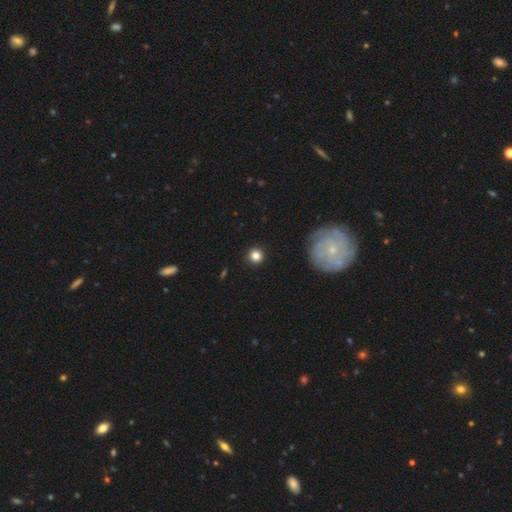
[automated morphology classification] smooth-or-featured: smooth: 82% | star or artifact: 11% | featured or disk: 7%
  how-rounded: round: 94% | in between: 5% | cigar-shaped: 1%
  merging: none: 92% | minor disturbance: 5% | major disturbance: 2% | merger: 1%